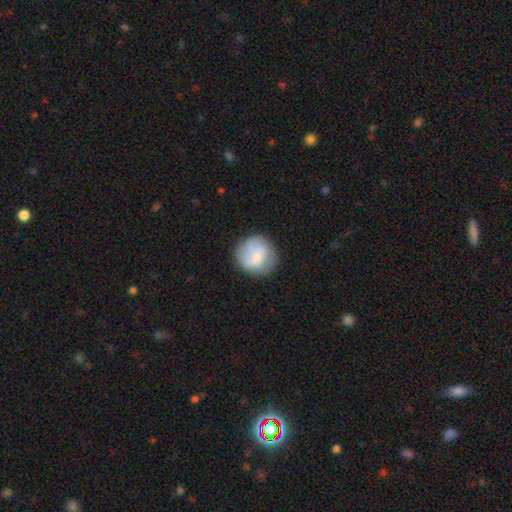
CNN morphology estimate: smooth_or_featured: smooth (p=0.59) [alt: featured or disk p=0.34]
how_rounded: round (p=0.91) [alt: in between p=0.08]
merging: none (p=0.75) [alt: minor disturbance p=0.17]